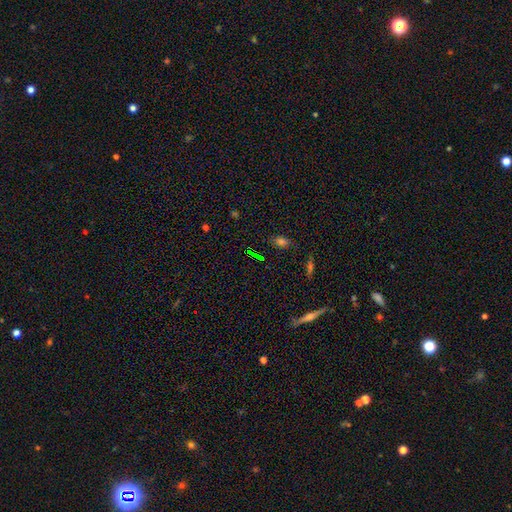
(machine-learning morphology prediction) smooth-or-featured: star or artifact: 62% | smooth: 27% | featured or disk: 11%